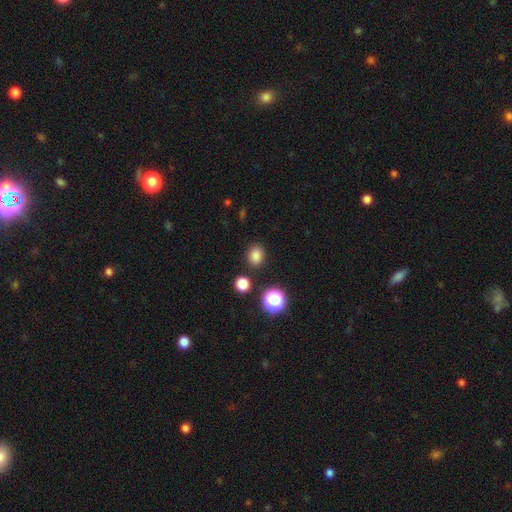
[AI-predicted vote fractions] Smooth or featured: smooth — 81% (star or artifact — 15%)
How rounded: round — 55% (in between — 44%)
Merging: none — 84% (minor disturbance — 9%)